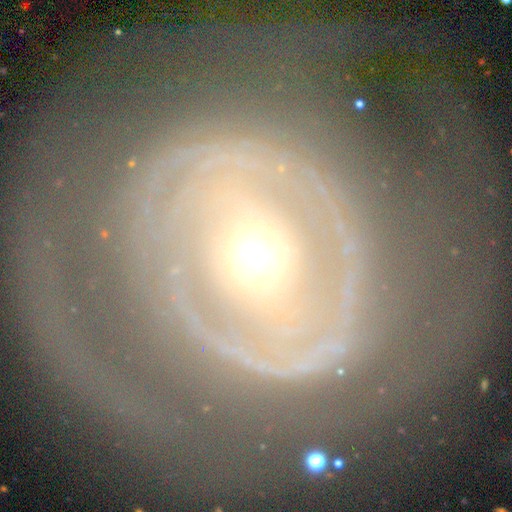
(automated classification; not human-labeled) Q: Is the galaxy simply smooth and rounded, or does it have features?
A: featured or disk — 79%.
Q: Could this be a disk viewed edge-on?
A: no — 96%.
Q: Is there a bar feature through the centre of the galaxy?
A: no — 54%.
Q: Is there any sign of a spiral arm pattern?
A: yes — 57%.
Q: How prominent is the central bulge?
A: small — 65%.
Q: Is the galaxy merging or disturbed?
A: none — 69%.